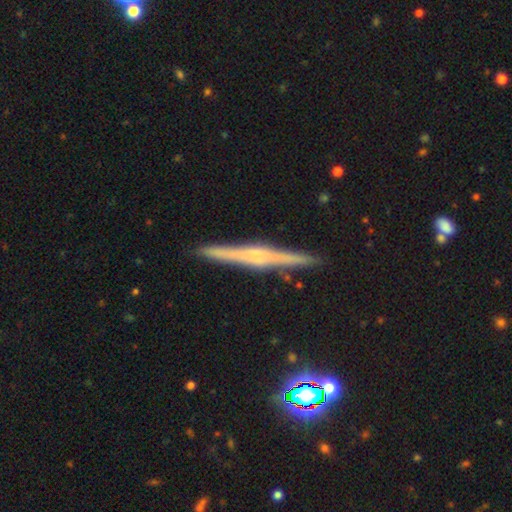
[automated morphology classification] featured or disk 75%, smooth 19%, star or artifact 7%. Down the decision tree: edge-on disk — yes (98%); edge-on bulge — rounded (55%); merging — none (91%).